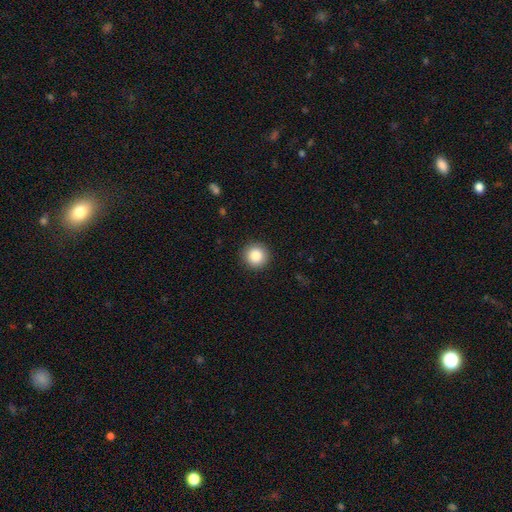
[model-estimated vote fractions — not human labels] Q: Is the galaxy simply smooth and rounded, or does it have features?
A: smooth — 87%.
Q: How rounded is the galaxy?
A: round — 95%.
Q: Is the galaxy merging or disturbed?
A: none — 92%.